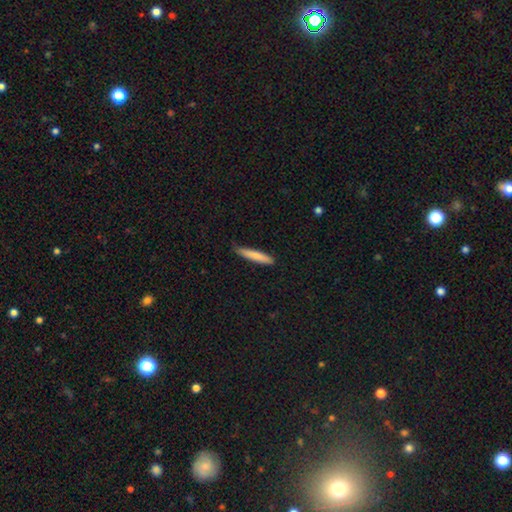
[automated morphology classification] A smooth galaxy with no disk features (81%) that is cigar-shaped (91%).

Vote fractions:
- Smooth or featured? smooth: 81% / featured or disk: 14% / star or artifact: 5%
- How rounded? cigar-shaped: 91% / in between: 7% / round: 1%
- Merging? none: 82% / minor disturbance: 15% / major disturbance: 2% / merger: 1%